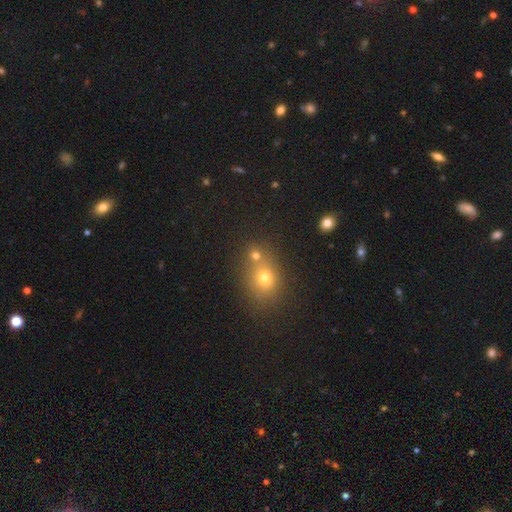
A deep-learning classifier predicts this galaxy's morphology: This appears to be a smooth galaxy with no disk features (68%) that is round (72%). Merging: none (55%).